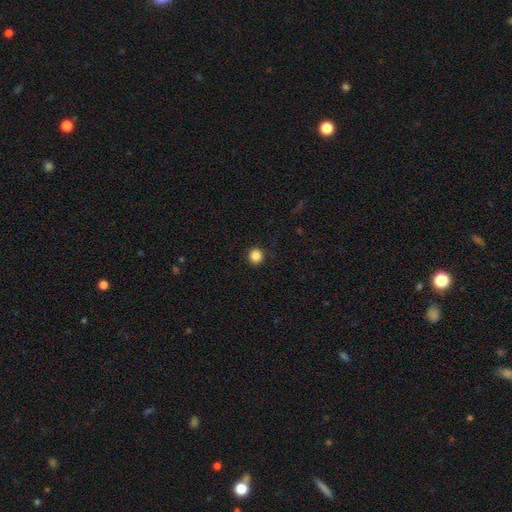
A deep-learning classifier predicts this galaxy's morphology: Smooth or featured? Predicted: smooth (p=0.86). How rounded? Predicted: round (p=0.94). Merging? Predicted: none (p=0.92).